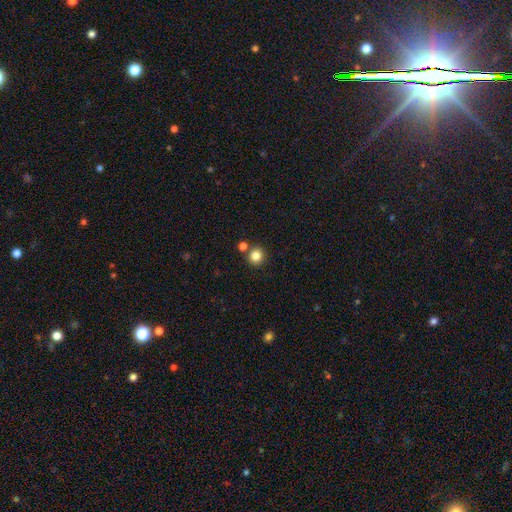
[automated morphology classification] This appears to be a smooth galaxy with no disk features (83%) that is round (93%). Merging: none (79%).